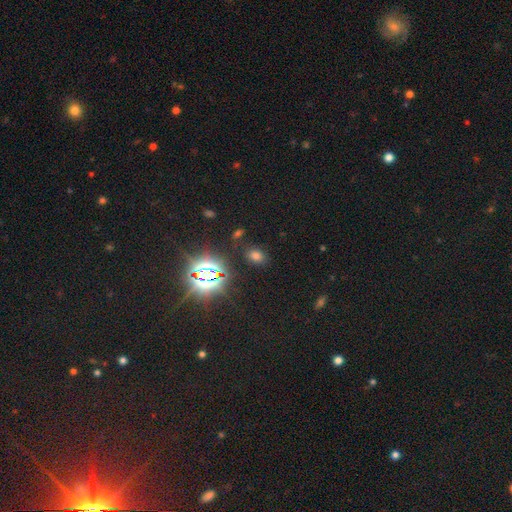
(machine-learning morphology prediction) This is possibly a smooth galaxy (59%). How rounded: likely in between (74%). Merging: clearly none (82%).